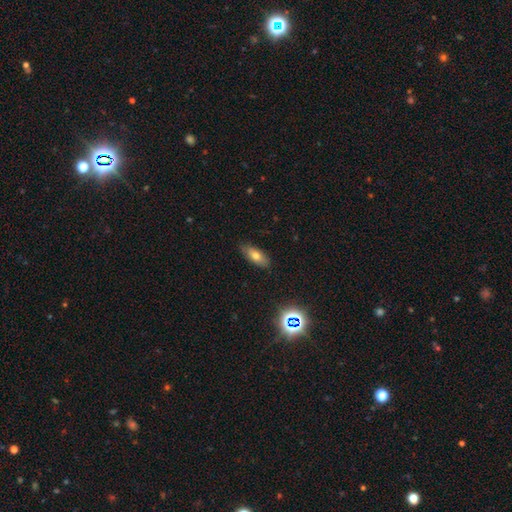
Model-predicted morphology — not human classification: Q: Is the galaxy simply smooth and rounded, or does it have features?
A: smooth — 69%.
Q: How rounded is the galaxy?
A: in between — 80%.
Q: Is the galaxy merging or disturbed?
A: none — 83%.